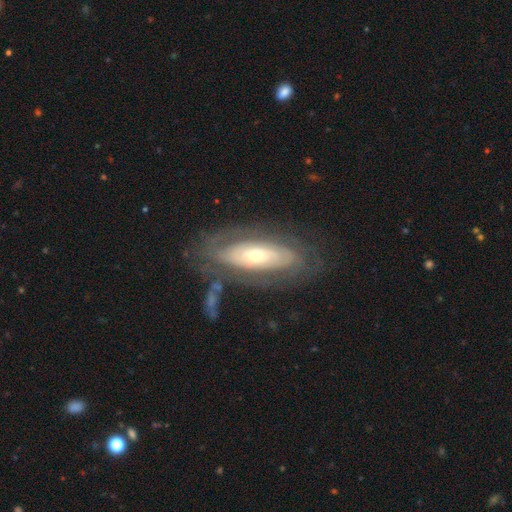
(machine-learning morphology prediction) type=featured or disk (69%); edge-on=no (85%); bar=no (77%); spiral arms=yes (55%); bulge=moderate (48%); merging=none (68%).